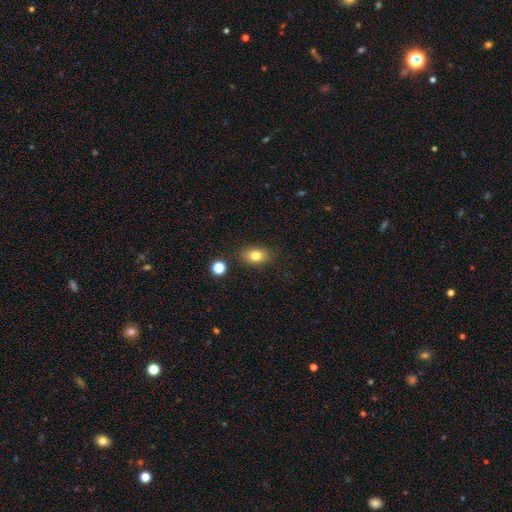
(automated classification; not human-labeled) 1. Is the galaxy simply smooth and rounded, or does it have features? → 79% smooth, 11% featured or disk, 10% star or artifact.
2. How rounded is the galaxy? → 79% in between, 19% round, 2% cigar-shaped.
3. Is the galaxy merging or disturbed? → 83% none, 11% minor disturbance, 3% major disturbance, 3% merger.